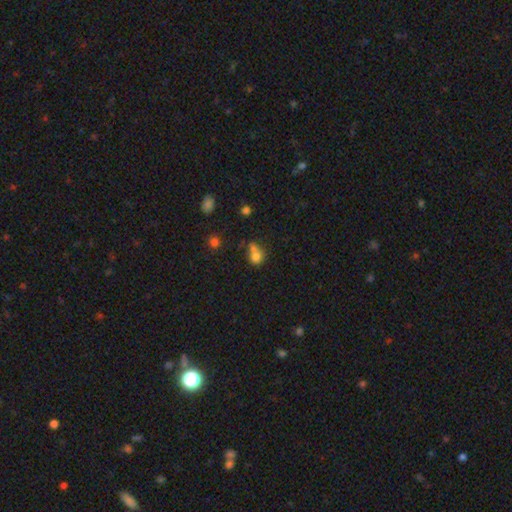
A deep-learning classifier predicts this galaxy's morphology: This is likely a smooth galaxy (74%). How rounded: likely round (63%). Merging: marginally merger (39%).